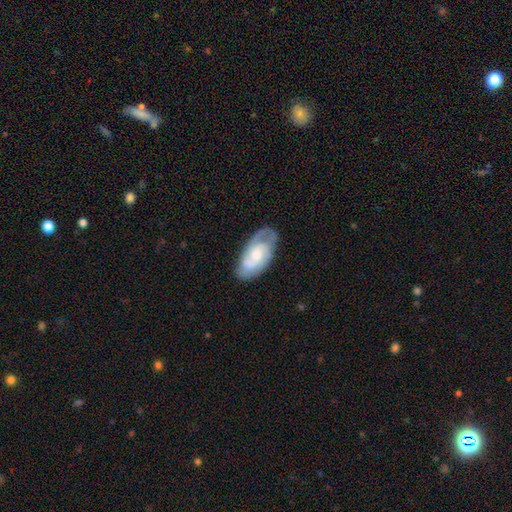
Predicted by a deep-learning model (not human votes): smooth-or-featured: featured or disk: 73% | smooth: 22% | star or artifact: 6%
  disk-edge-on: no: 95% | yes: 5%
    bar: no: 67% | weak: 29% | strong: 4%
    has-spiral-arms: yes: 92% | no: 8%
      spiral-winding: tight: 49% | medium: 40% | loose: 11%
      spiral-arm-count: 2: 45% | can't tell: 25% | 3: 20% | 1: 5% | 4: 3% | more than 4: 2%
    bulge-size: small: 43% (tied) | moderate: 43% (tied) | large: 6% | none: 6% | dominant: 1%
  merging: none: 71% | minor disturbance: 21% | major disturbance: 6% | merger: 1%